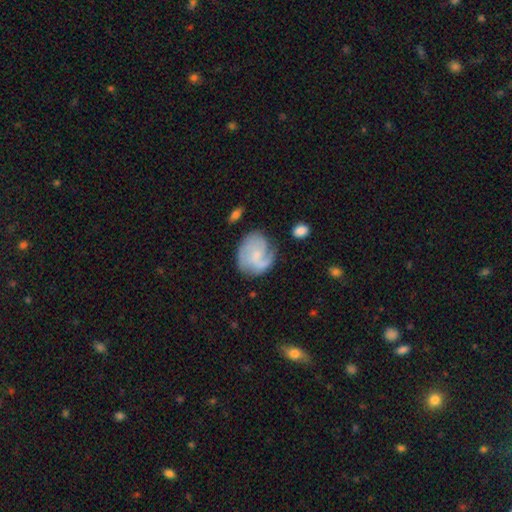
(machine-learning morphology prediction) type=featured or disk (67%); edge-on=no (98%); bar=no (61%); spiral arms=yes (89%); winding=medium (42%); arm count=2 (40%); bulge=small (61%); merging=none (60%).